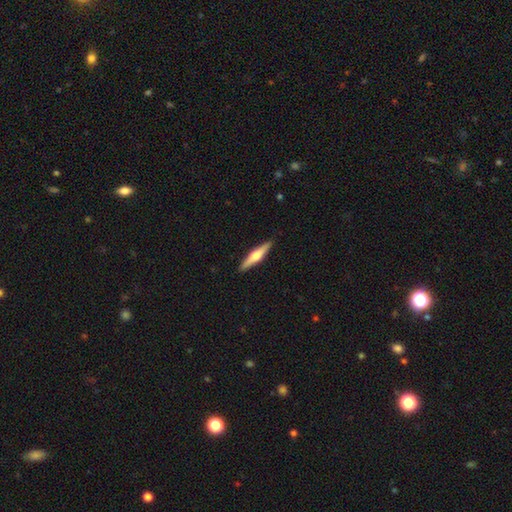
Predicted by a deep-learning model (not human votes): smooth_or_featured: featured or disk (p=0.58) [alt: smooth p=0.37]
disk_edge_on: yes (p=0.97) [alt: no p=0.03]
edge_on_bulge: rounded (p=0.90) [alt: boxy p=0.06]
merging: none (p=0.91) [alt: minor disturbance p=0.06]